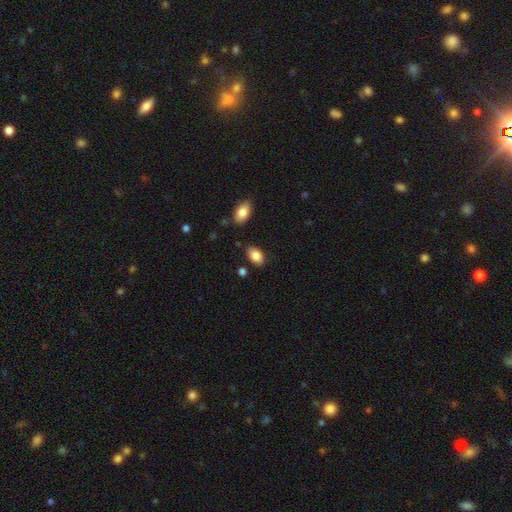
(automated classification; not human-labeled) Morphology: type=smooth (86%); roundness=in between (91%); merging=none (83%).